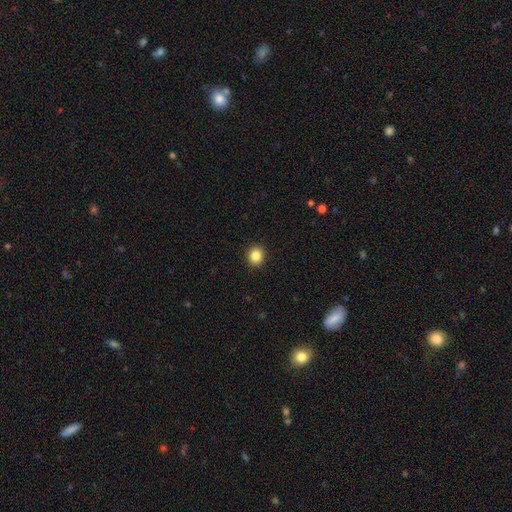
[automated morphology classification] This appears to be a smooth galaxy with no disk features (85%) that is round (82%). Merging: none (93%).